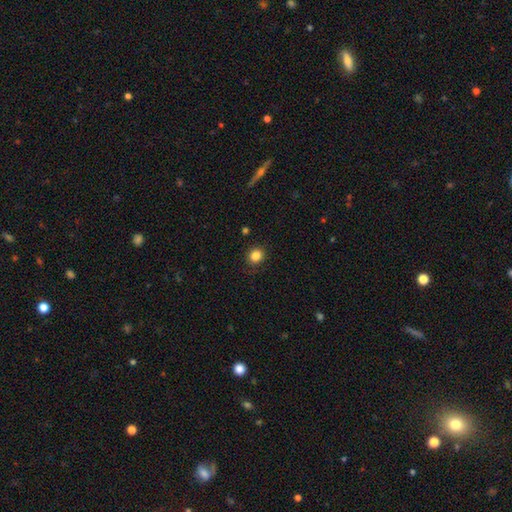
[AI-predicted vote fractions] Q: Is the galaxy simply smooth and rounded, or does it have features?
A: smooth — 84%.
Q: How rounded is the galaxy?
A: round — 82%.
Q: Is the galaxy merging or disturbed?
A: none — 88%.